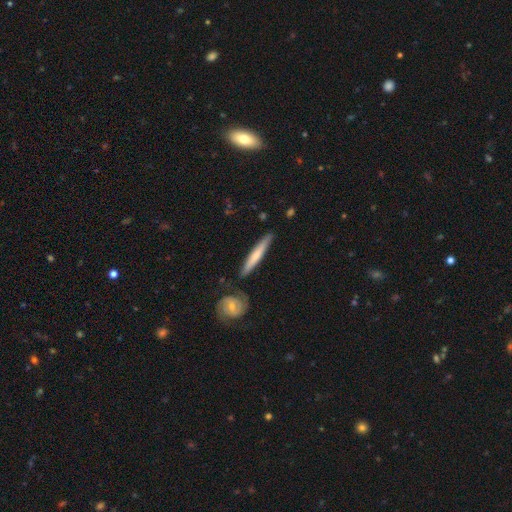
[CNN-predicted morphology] Smooth or featured: smooth — 51% (featured or disk — 44%)
How rounded: cigar-shaped — 94% (in between — 5%)
Merging: none — 81% (minor disturbance — 11%)